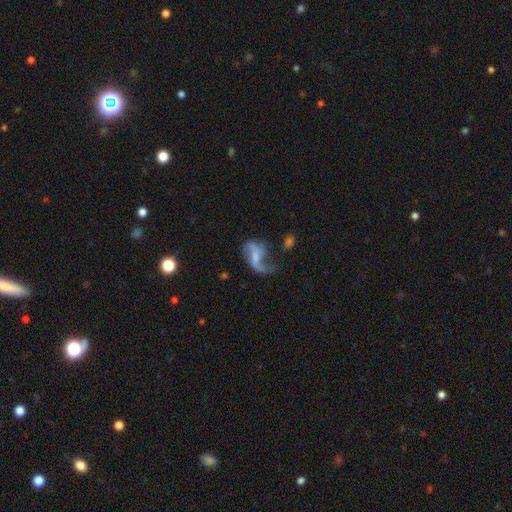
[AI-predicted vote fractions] Q: Smooth or featured?
A: featured or disk (67%); runner-up: smooth (24%)
Q: Edge-on disk?
A: no (96%); runner-up: yes (4%)
Q: Bar?
A: no (43%); runner-up: weak (42%)
Q: Spiral arms?
A: yes (78%); runner-up: no (22%)
Q: Spiral winding?
A: loose (79%); runner-up: medium (17%)
Q: Spiral arm count?
A: 2 (54%); runner-up: 1 (36%)
Q: Bulge size?
A: none (36%); tied with: small (36%)
Q: Merging?
A: major disturbance (45%); runner-up: none (28%)